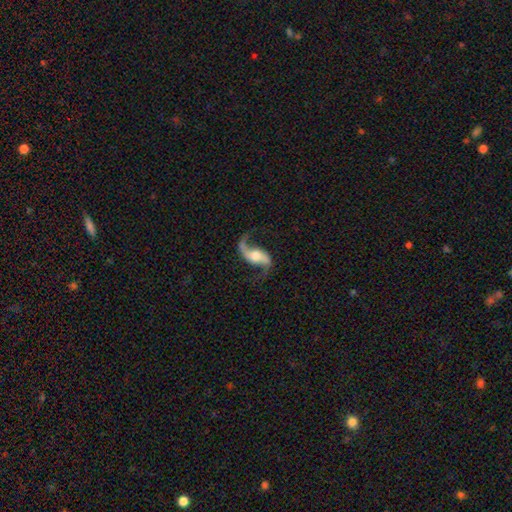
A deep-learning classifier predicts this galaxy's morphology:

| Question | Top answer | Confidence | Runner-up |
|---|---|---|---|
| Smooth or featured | featured or disk | 89% | smooth (7%) |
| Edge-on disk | no | 95% | yes (5%) |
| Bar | no | 38% | weak (36%) |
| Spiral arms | yes | 96% | no (4%) |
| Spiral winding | loose | 82% | medium (15%) |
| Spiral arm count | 2 | 92% | 1 (4%) |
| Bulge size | moderate | 57% | small (21%) |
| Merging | none | 73% | minor disturbance (13%) |